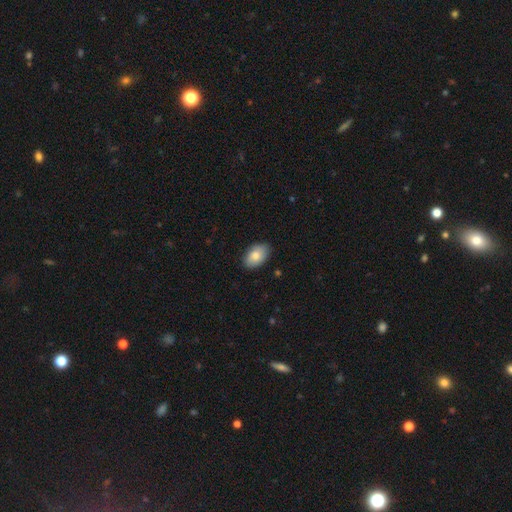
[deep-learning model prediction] Morphology: type=smooth (80%); roundness=in between (92%); merging=none (84%).